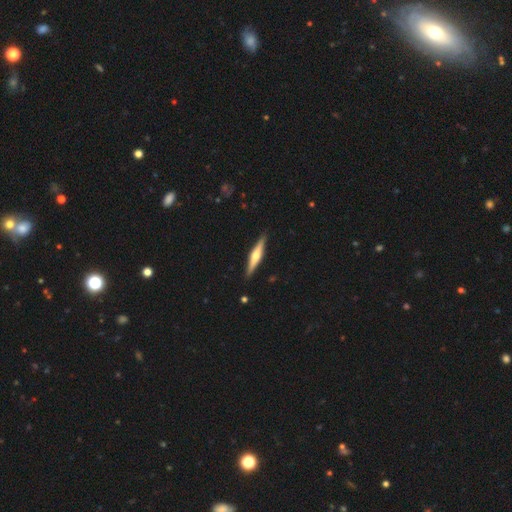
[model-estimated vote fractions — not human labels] Smooth or featured? Predicted: featured or disk (p=0.66). Edge-on disk? Predicted: yes (p=0.97). Edge-on bulge? Predicted: rounded (p=0.89). Merging? Predicted: none (p=0.91).